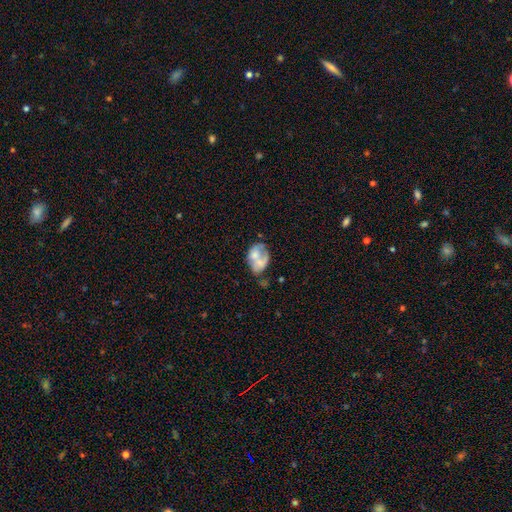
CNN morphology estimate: smooth_or_featured: featured or disk (p=0.46) [alt: smooth p=0.45]
merging: merger (p=0.29) [alt: none p=0.27]